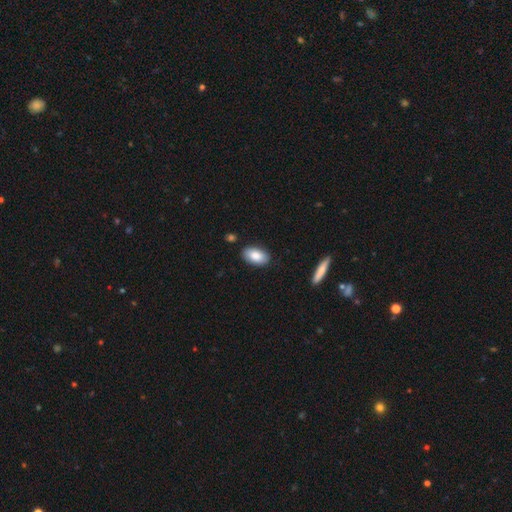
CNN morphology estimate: Smooth or featured? Predicted: smooth (p=0.84). How rounded? Predicted: in between (p=0.94). Merging? Predicted: none (p=0.86).